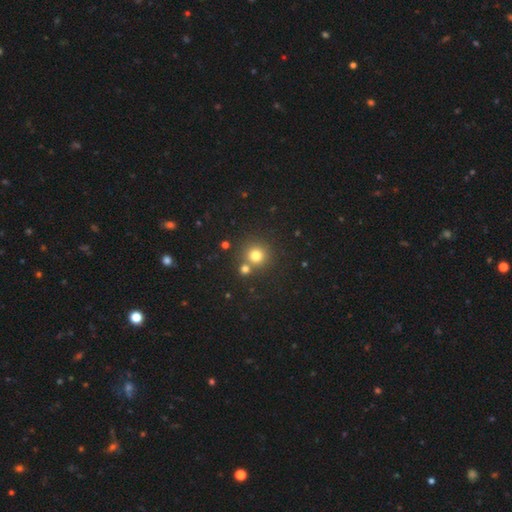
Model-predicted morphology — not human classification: Smooth or featured?
  - smooth: 77% *
  - star or artifact: 16%
  - featured or disk: 7%
How rounded?
  - round: 93% *
  - in between: 6%
  - cigar-shaped: 1%
Merging?
  - none: 70% *
  - merger: 20%
  - minor disturbance: 7%
  - major disturbance: 3%